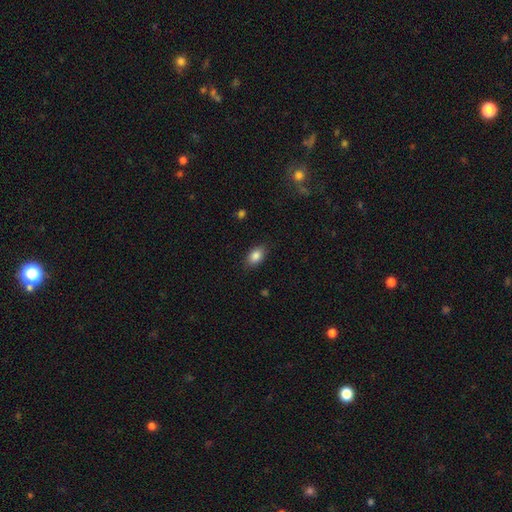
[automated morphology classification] Smooth or featured? Predicted: smooth (p=0.86). How rounded? Predicted: in between (p=0.86). Merging? Predicted: none (p=0.85).